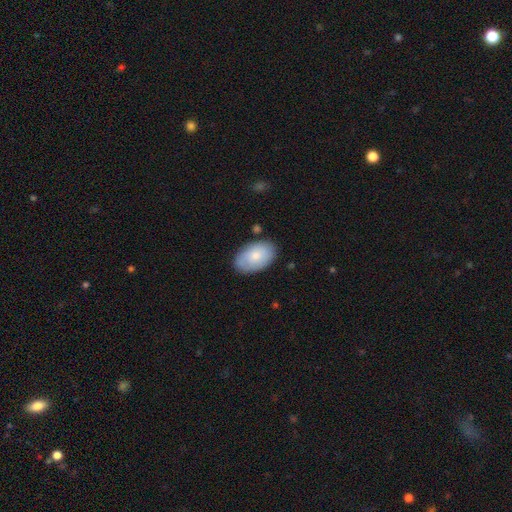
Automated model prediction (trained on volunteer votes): Morphology: type=smooth (77%); roundness=in between (93%); merging=none (81%).